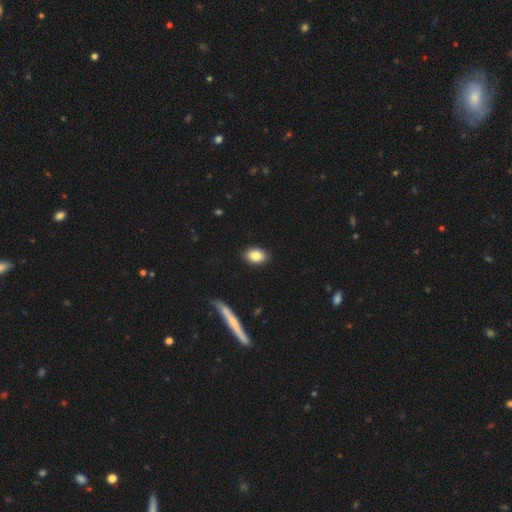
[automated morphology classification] Q: Smooth or featured?
A: smooth (86%); runner-up: star or artifact (8%)
Q: How rounded?
A: in between (84%); runner-up: round (15%)
Q: Merging?
A: none (89%); runner-up: minor disturbance (8%)